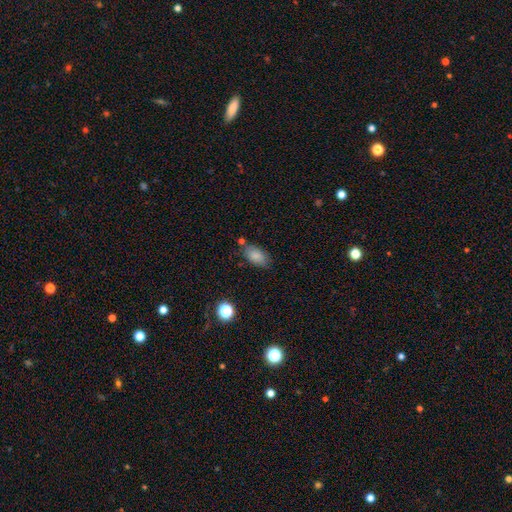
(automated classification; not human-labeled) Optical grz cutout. It shows a smooth galaxy with no disk features (84%) that is in between round and cigar-shaped (91%). Merging: none (72%).